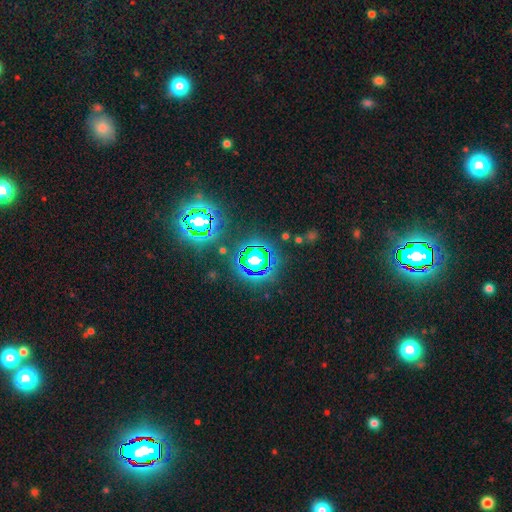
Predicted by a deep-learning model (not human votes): Smooth or featured? star or artifact (82%)